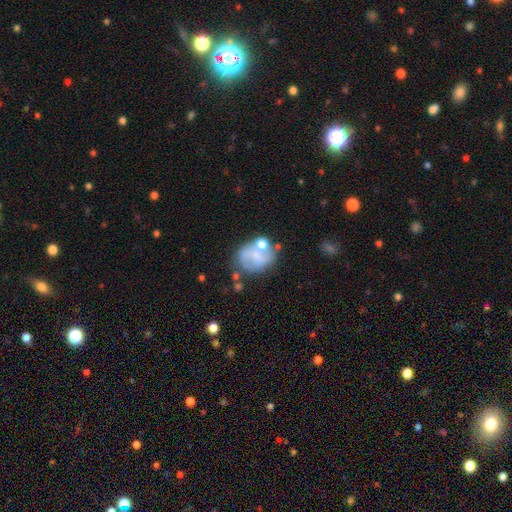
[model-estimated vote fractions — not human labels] The model was most divided on "smooth or featured": featured or disk: 45%, smooth: 44%, star or artifact: 11%. Remaining: merging — none (44%).